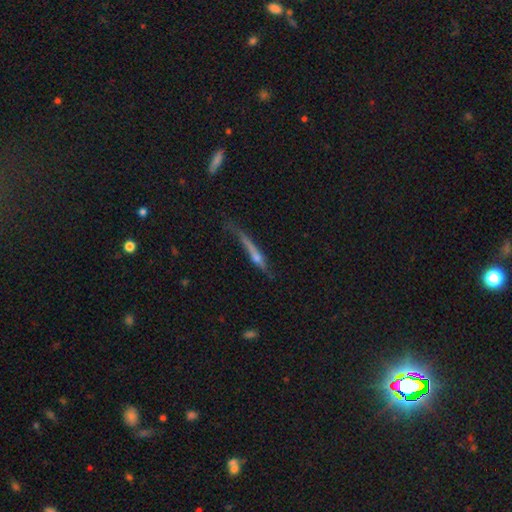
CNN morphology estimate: This appears to be a featured or disk galaxy (57%) viewed edge-on (89%) with a rounded central bulge (63%). Merging: none (48%).